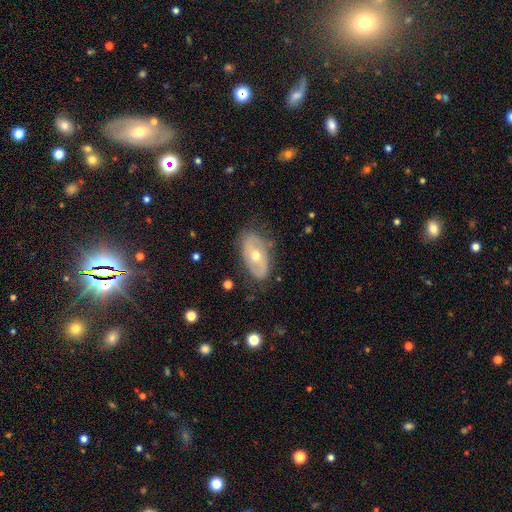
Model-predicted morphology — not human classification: This appears to be a featured or disk galaxy (59%) with no bar (70%), no spiral arms (51%) and a moderate central bulge (64%). Merging: none (72%).